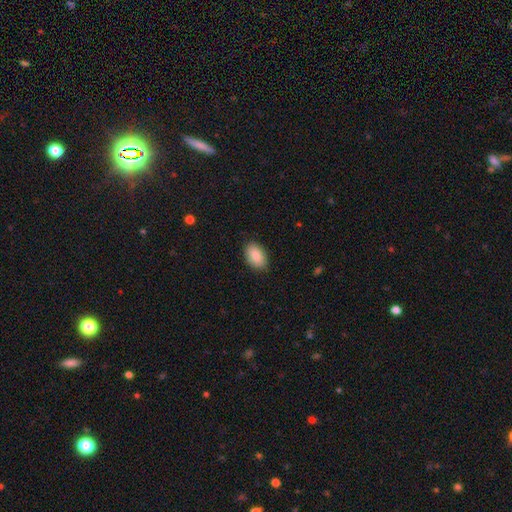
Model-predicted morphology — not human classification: Q: Smooth or featured?
A: smooth (87%); runner-up: featured or disk (6%)
Q: How rounded?
A: in between (93%); runner-up: round (5%)
Q: Merging?
A: none (87%); runner-up: minor disturbance (10%)